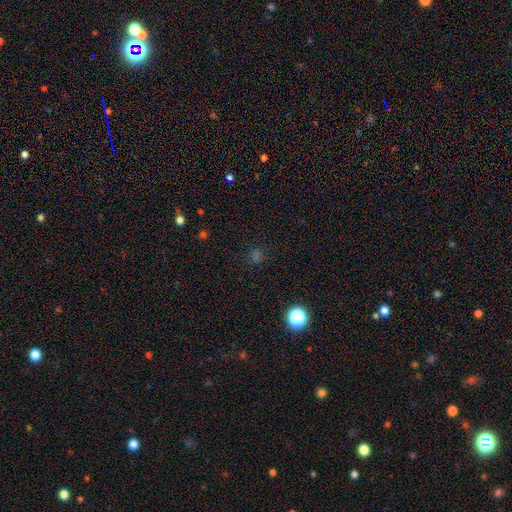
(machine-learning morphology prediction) This is possibly a star or artifact rather than a galaxy (47%).